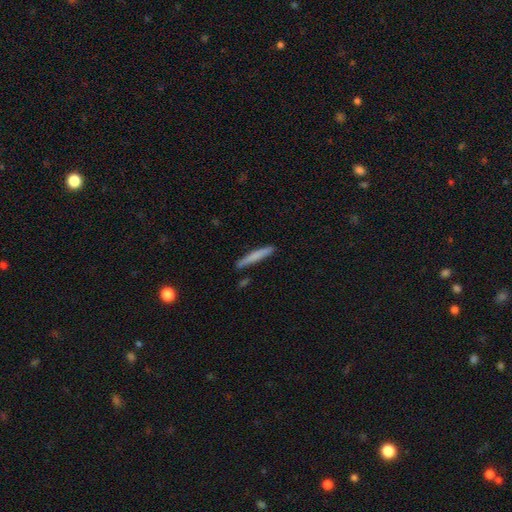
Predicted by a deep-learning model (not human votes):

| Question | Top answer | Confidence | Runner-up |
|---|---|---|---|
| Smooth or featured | smooth | 72% | featured or disk (22%) |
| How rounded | cigar-shaped | 95% | in between (3%) |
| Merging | none | 86% | minor disturbance (10%) |